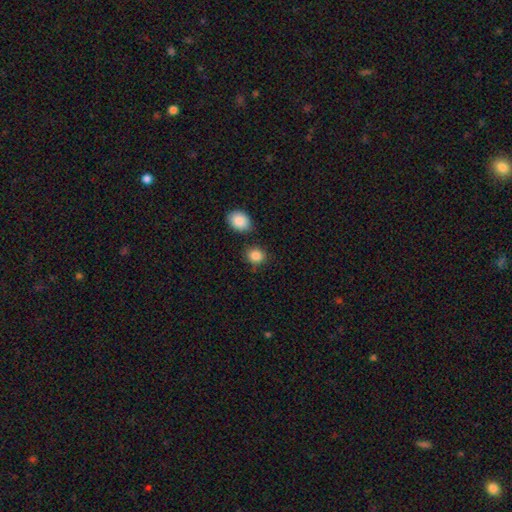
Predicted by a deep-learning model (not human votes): This appears to be a smooth galaxy with no disk features (86%) that is round (67%). Merging: none (76%).